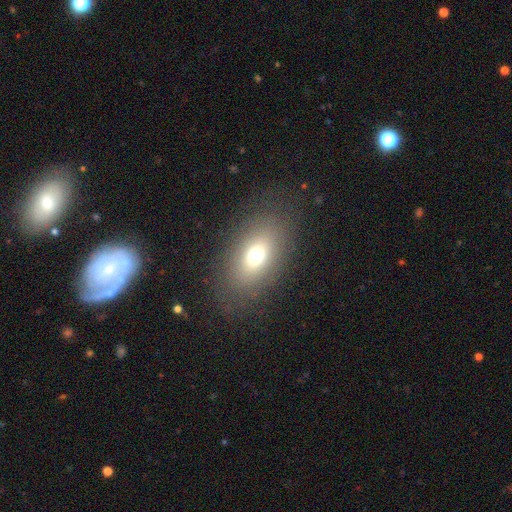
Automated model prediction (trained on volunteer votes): smooth-or-featured: smooth: 69% | featured or disk: 17% | star or artifact: 14%
  how-rounded: in between: 82% | round: 16% | cigar-shaped: 2%
  merging: none: 81% | minor disturbance: 10% | major disturbance: 7% | merger: 1%